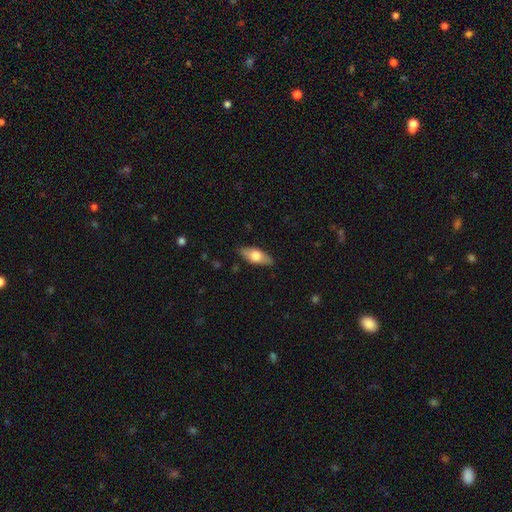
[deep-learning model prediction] A smooth galaxy with no disk features (60%) that is in between round and cigar-shaped (77%). Merging: none (85%).